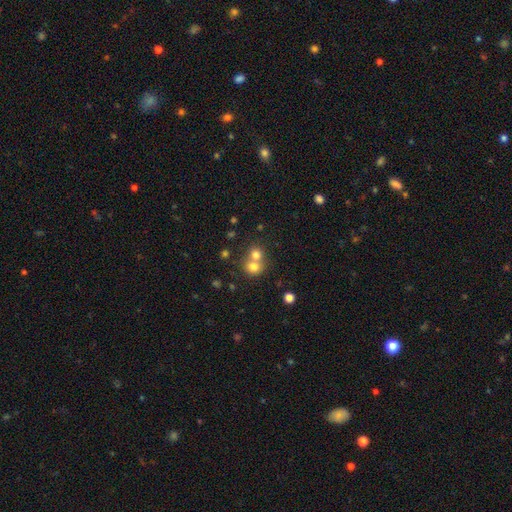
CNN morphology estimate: This appears to be a smooth galaxy with no disk features (75%) that is round (81%). Merging: merger (57%).